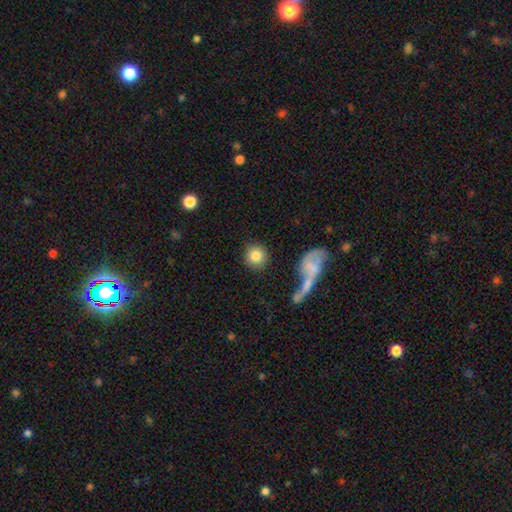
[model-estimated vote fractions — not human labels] This is clearly a smooth galaxy (83%). How rounded: clearly round (91%). Merging: clearly none (82%).